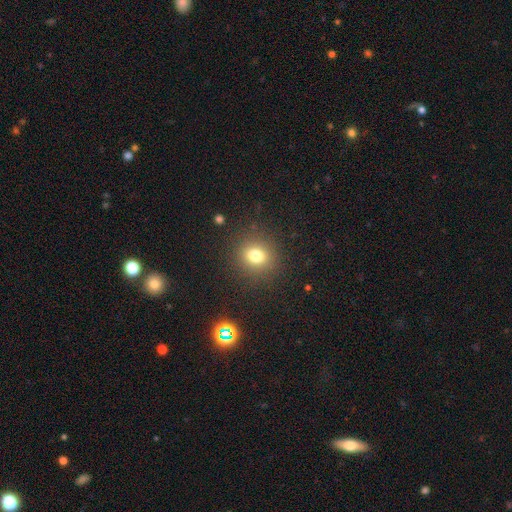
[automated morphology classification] A smooth galaxy with no disk features (76%) that is round (77%).

Vote fractions:
- Smooth or featured? smooth: 76% / star or artifact: 15% / featured or disk: 9%
- How rounded? round: 77% / in between: 22% / cigar-shaped: 1%
- Merging? none: 87% / minor disturbance: 8% / major disturbance: 4% / merger: 1%